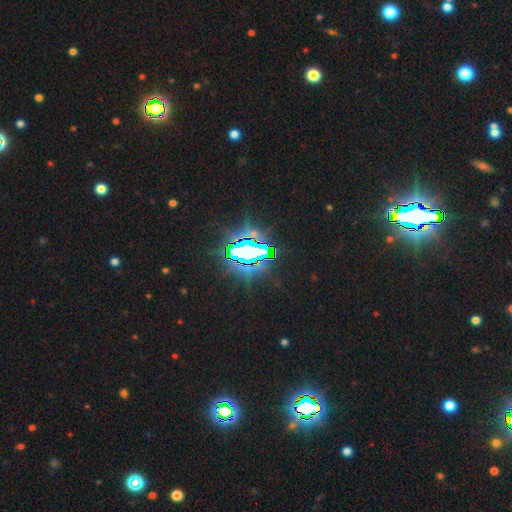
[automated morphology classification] smooth-or-featured: star or artifact: 80% | smooth: 10% | featured or disk: 10%